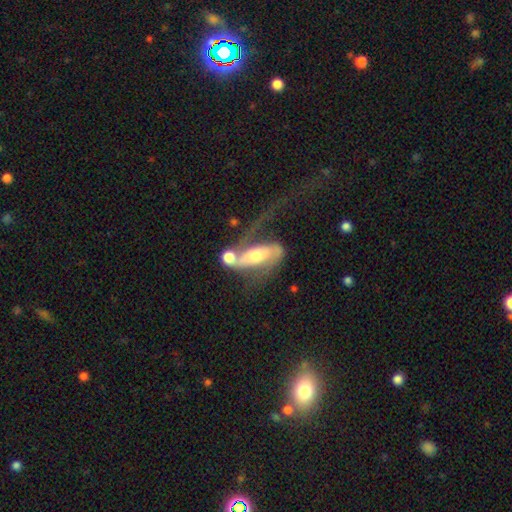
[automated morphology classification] Smooth or featured? Predicted: featured or disk (p=0.69). Edge-on disk? Predicted: no (p=0.84). Bar? Predicted: strong (p=0.37). Spiral arms? Predicted: yes (p=0.81). Bulge size? Predicted: moderate (p=0.58). Merging? Predicted: major disturbance (p=0.38).